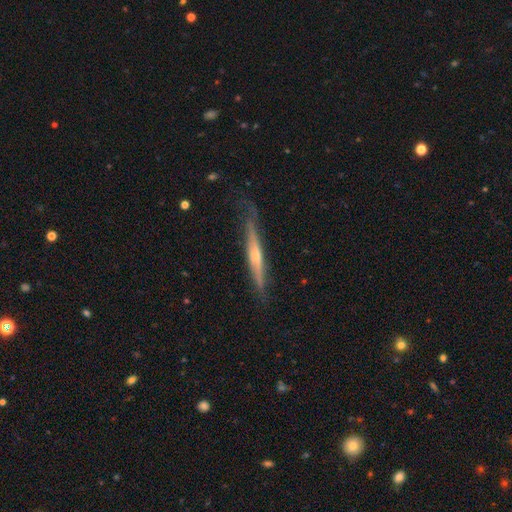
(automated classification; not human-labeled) featured or disk 66%, smooth 28%, star or artifact 6%. Down the decision tree: edge-on disk — yes (94%); edge-on bulge — rounded (58%); merging — none (71%).